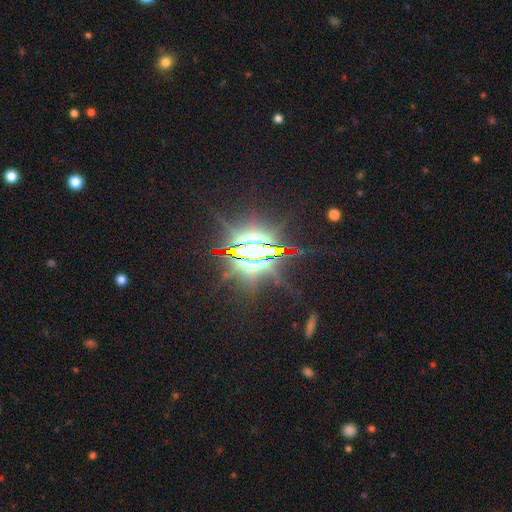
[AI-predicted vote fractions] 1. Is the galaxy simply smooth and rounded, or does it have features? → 80% star or artifact, 13% featured or disk, 8% smooth.